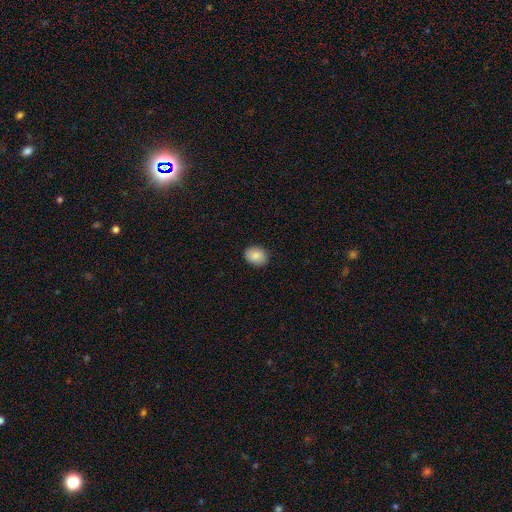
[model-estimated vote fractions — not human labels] Overall: smooth (85%). How rounded: in between (61%; round 38%). Merging: none (88%).